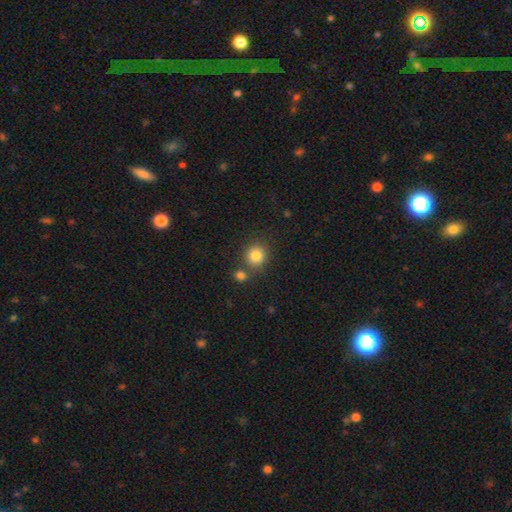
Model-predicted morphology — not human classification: Smooth or featured?
  - smooth: 83% *
  - star or artifact: 11%
  - featured or disk: 6%
How rounded?
  - round: 88% *
  - in between: 11%
  - cigar-shaped: 1%
Merging?
  - none: 68% *
  - merger: 19%
  - minor disturbance: 9%
  - major disturbance: 3%